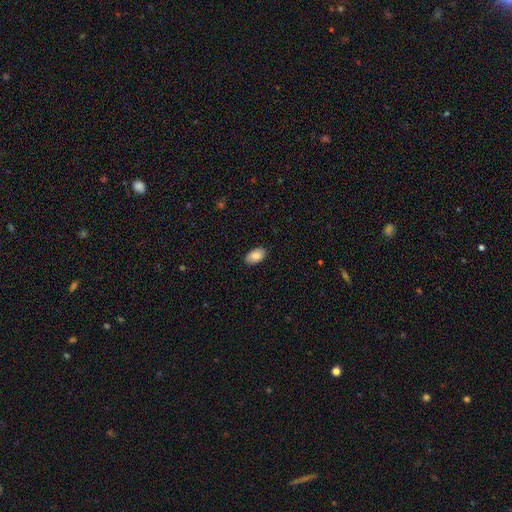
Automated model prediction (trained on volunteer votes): This appears to be a smooth galaxy with no disk features (85%) that is in between round and cigar-shaped (94%). Merging: none (87%).